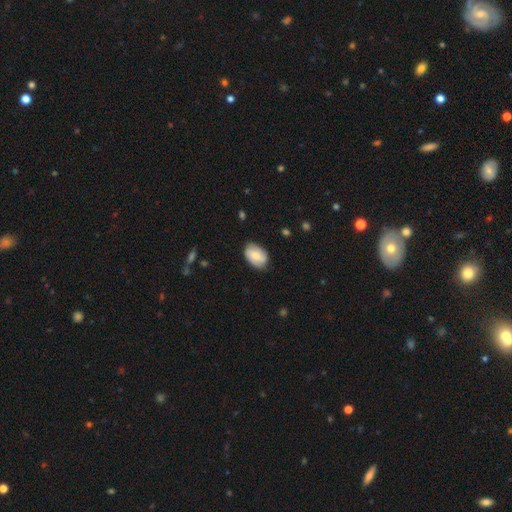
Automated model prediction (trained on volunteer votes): The model was most divided on "smooth or featured": smooth: 58%, featured or disk: 35%, star or artifact: 7%. More confident: how rounded — in between (87%); merging — none (76%).